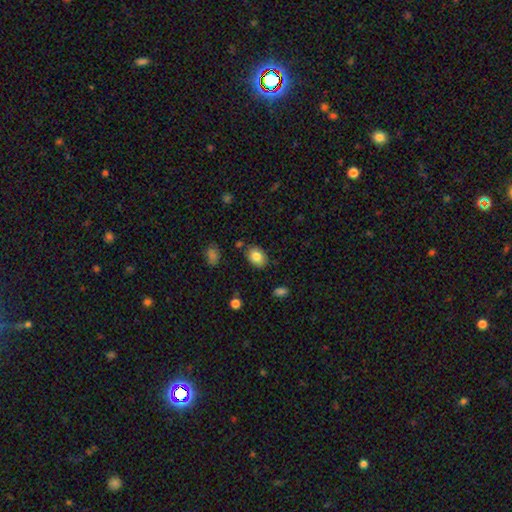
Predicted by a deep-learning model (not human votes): A smooth galaxy with no disk features (81%) that is in between round and cigar-shaped (77%).

Vote fractions:
- Smooth or featured? smooth: 81% / featured or disk: 11% / star or artifact: 8%
- How rounded? in between: 77% / round: 22% / cigar-shaped: 1%
- Merging? none: 83% / minor disturbance: 12% / merger: 3% / major disturbance: 3%